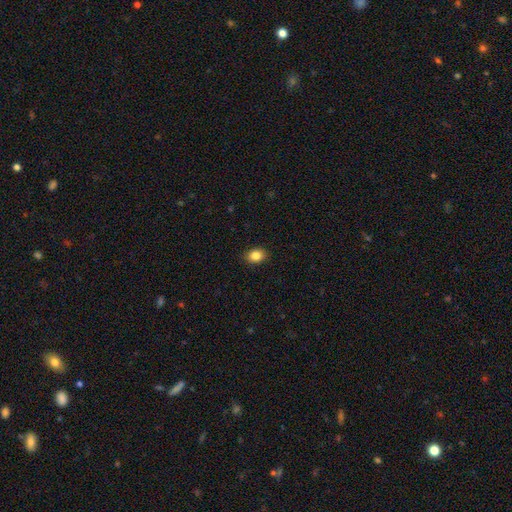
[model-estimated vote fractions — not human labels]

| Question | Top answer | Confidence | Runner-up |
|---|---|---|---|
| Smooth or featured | smooth | 85% | star or artifact (10%) |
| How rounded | in between | 59% | round (40%) |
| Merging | none | 90% | minor disturbance (7%) |